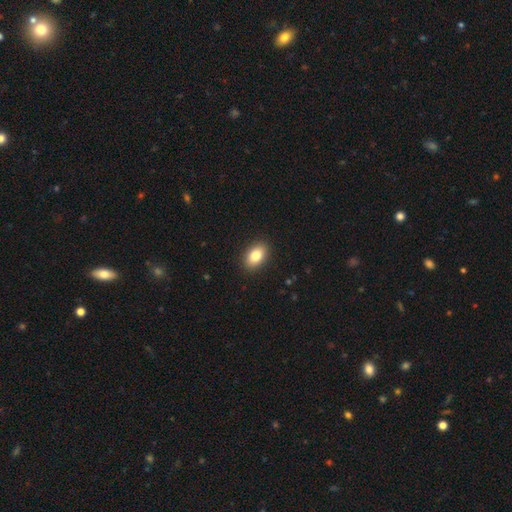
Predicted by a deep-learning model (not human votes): The model was most divided on "smooth or featured": smooth: 83%, featured or disk: 10%, star or artifact: 8%. More confident: merging — none (90%); how rounded — in between (88%).